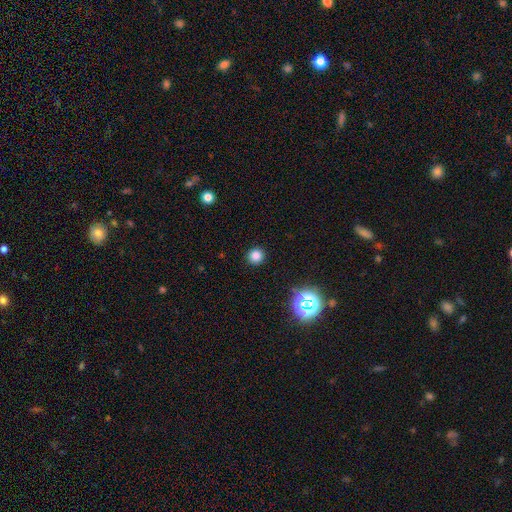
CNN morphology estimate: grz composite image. It shows a smooth galaxy with no disk features (80%) that is round (93%). Merging: none (92%).